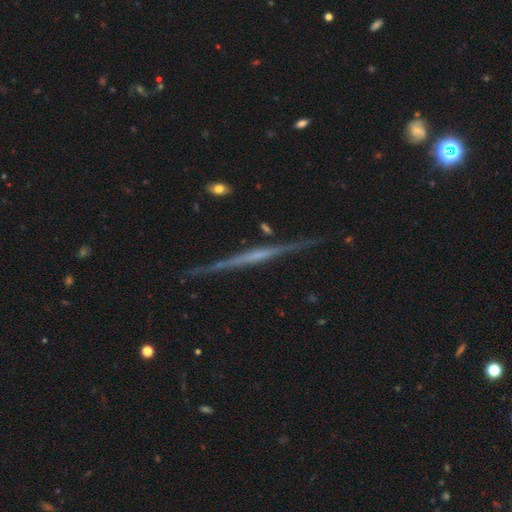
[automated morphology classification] featured or disk 78%, smooth 16%, star or artifact 6%. Down the decision tree: edge-on disk — yes (98%); edge-on bulge — none (61%); merging — none (87%).